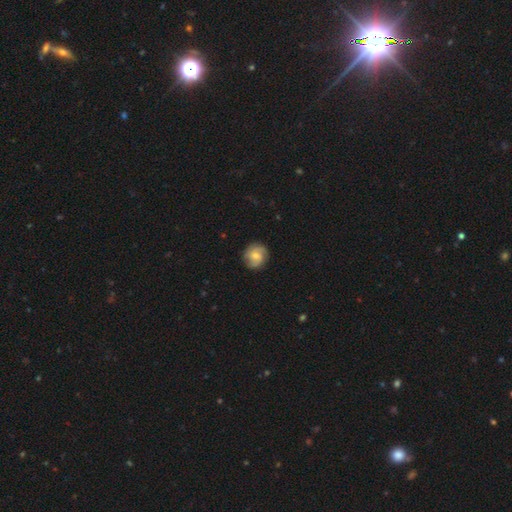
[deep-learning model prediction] Overall: smooth (52%; featured or disk 40%). How rounded: round (85%). Merging: none (82%).